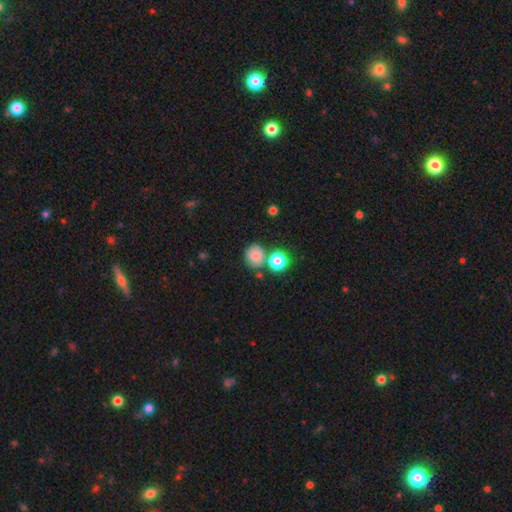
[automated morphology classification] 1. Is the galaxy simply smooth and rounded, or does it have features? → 77% smooth, 12% star or artifact, 11% featured or disk.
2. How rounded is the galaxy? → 80% round, 19% in between, 1% cigar-shaped.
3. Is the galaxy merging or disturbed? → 64% none, 19% merger, 13% minor disturbance, 4% major disturbance.